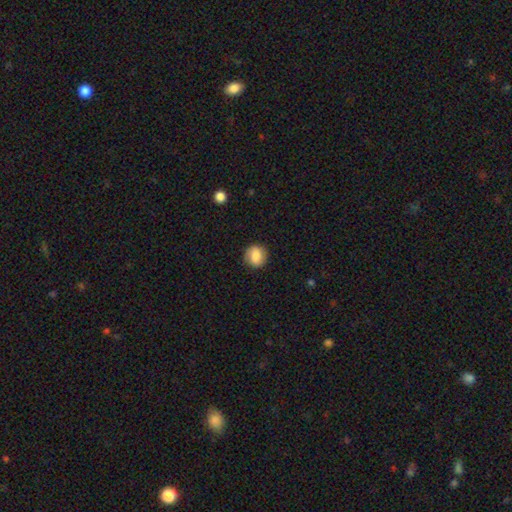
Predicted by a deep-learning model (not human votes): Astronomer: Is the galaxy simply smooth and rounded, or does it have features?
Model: smooth — 79%.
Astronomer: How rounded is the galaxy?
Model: round — 78%.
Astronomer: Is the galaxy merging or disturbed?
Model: none — 84%.